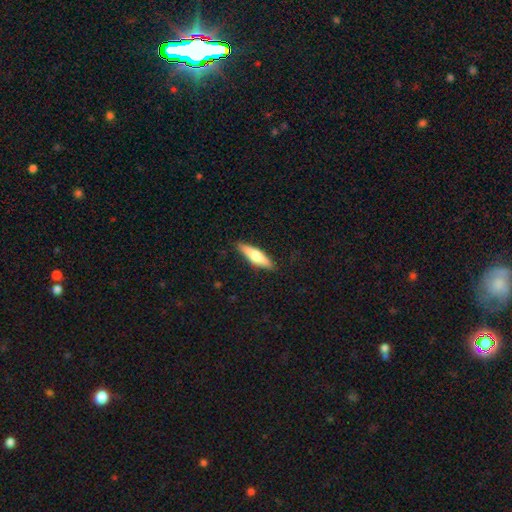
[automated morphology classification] smooth_or_featured: smooth (p=0.60) [alt: featured or disk p=0.35]
how_rounded: cigar-shaped (p=0.67) [alt: in between p=0.31]
merging: none (p=0.88) [alt: minor disturbance p=0.09]